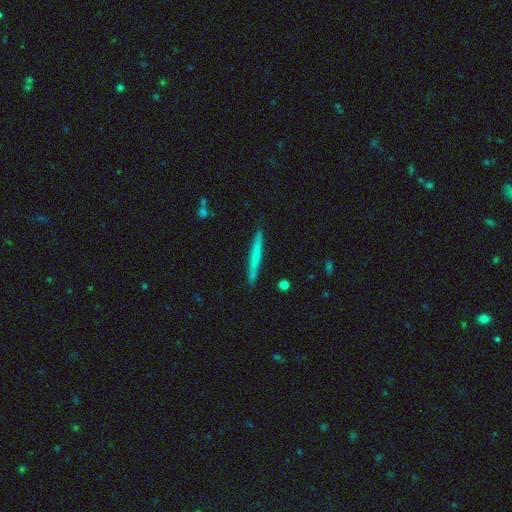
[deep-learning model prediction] A smooth galaxy with no disk features (61%) that is cigar-shaped (97%).

Vote fractions:
- Smooth or featured? smooth: 61% / featured or disk: 34% / star or artifact: 6%
- How rounded? cigar-shaped: 97% / in between: 2% / round: 1%
- Merging? none: 90% / minor disturbance: 7% / major disturbance: 1% / merger: 1%